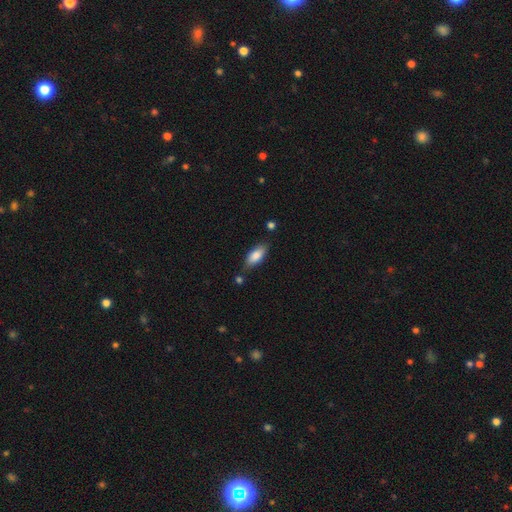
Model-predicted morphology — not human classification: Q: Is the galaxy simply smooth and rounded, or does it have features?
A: smooth — 82%.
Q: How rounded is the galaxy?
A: in between — 79%.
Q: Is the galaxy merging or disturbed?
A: none — 74%.